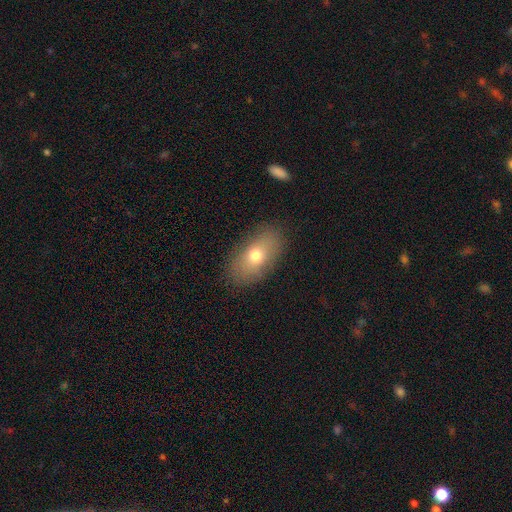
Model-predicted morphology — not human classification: Q: Smooth or featured?
A: smooth (71%); runner-up: featured or disk (21%)
Q: How rounded?
A: in between (89%); runner-up: round (7%)
Q: Merging?
A: none (84%); runner-up: minor disturbance (11%)